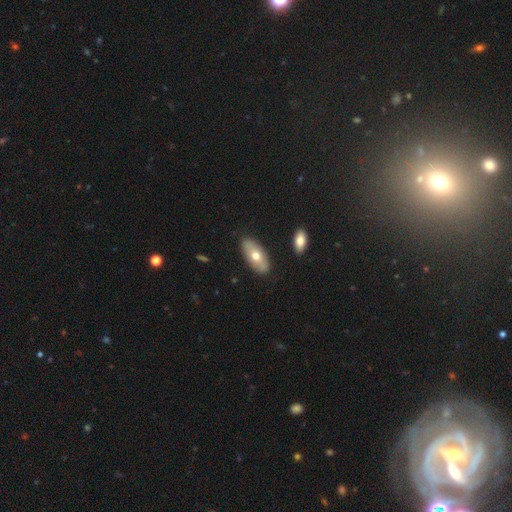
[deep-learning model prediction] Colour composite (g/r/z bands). It shows a smooth galaxy with no disk features (62%) that is in between round and cigar-shaped (88%). Merging: none (85%).